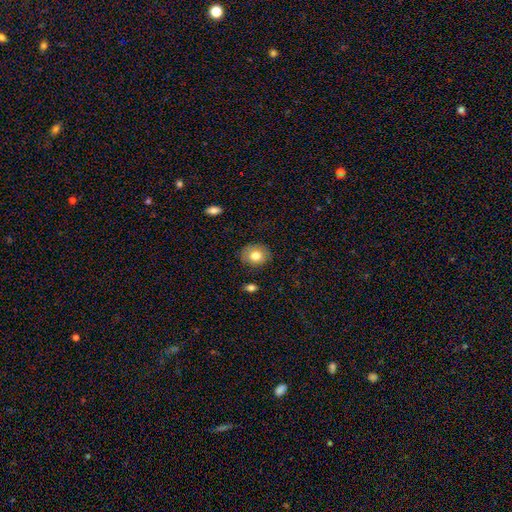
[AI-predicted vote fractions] A smooth galaxy with no disk features (77%) that is round (55%). Merging: none (84%).